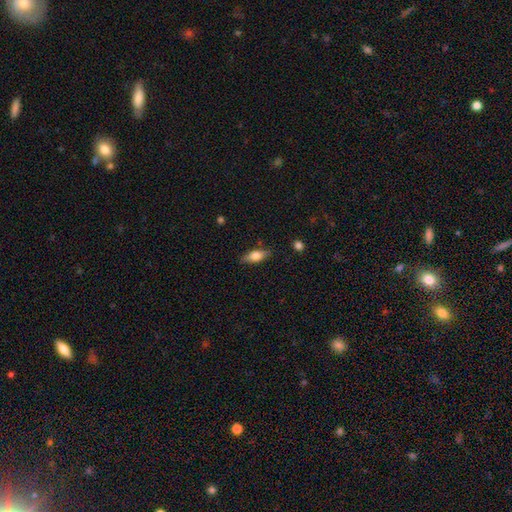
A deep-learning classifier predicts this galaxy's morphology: The model was most divided on "smooth or featured": smooth: 68%, featured or disk: 25%, star or artifact: 7%. More confident: merging — none (83%); how rounded — in between (74%).